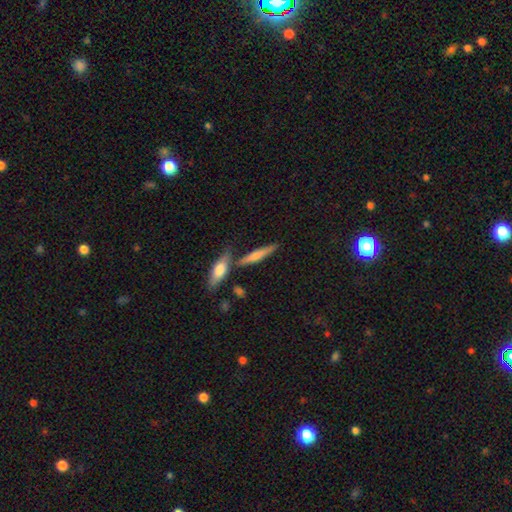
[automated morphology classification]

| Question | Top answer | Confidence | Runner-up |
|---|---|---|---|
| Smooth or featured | smooth | 64% | featured or disk (31%) |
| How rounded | cigar-shaped | 85% | in between (12%) |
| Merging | none | 68% | merger (17%) |